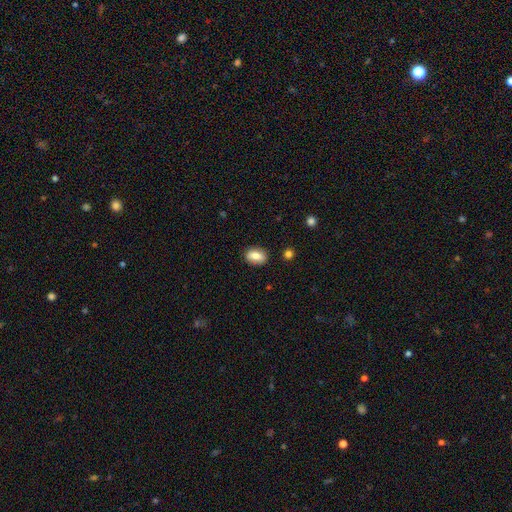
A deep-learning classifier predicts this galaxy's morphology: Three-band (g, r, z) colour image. It shows a smooth galaxy with no disk features (80%) that is in between round and cigar-shaped (82%). Merging: none (86%).